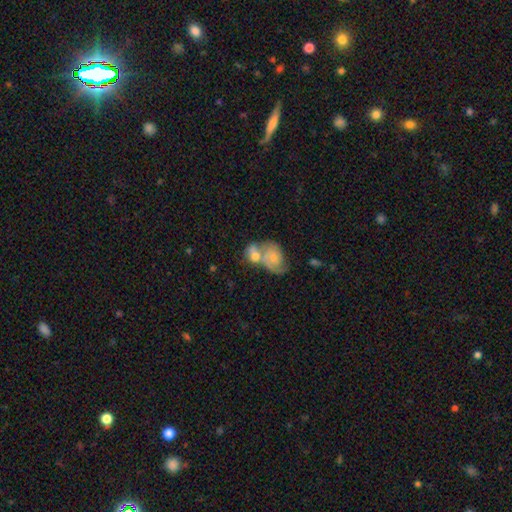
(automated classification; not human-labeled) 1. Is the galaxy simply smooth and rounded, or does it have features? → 50% featured or disk, 37% smooth, 14% star or artifact.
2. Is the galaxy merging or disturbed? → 51% merger, 31% none, 11% minor disturbance, 7% major disturbance.